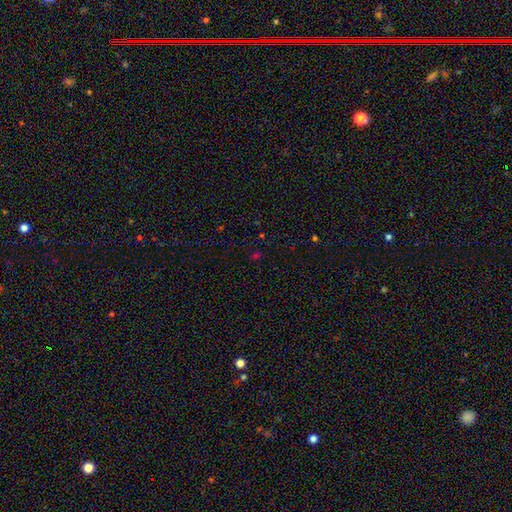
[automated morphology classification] This is possibly a star or artifact rather than a galaxy (54%).